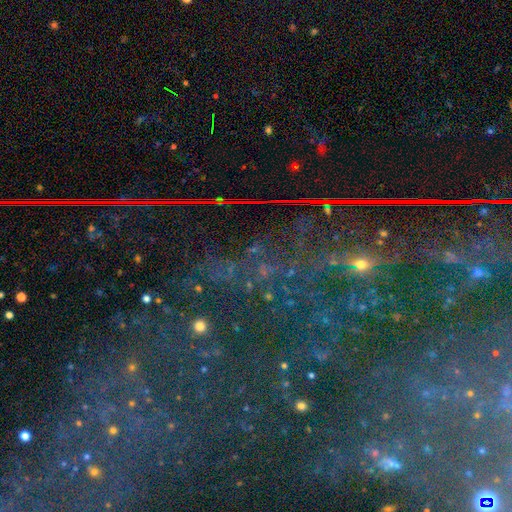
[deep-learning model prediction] star or artifact 83%, featured or disk 9%, smooth 8%.